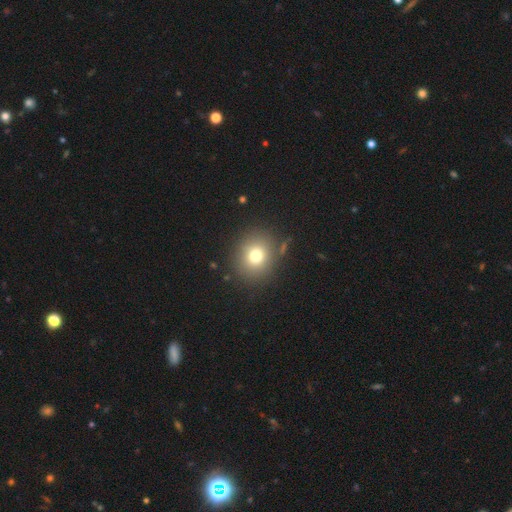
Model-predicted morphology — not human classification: A smooth galaxy with no disk features (75%) that is round (80%).

Vote fractions:
- Smooth or featured? smooth: 75% / star or artifact: 14% / featured or disk: 11%
- How rounded? round: 80% / in between: 19% / cigar-shaped: 1%
- Merging? none: 85% / minor disturbance: 8% / major disturbance: 4% / merger: 3%